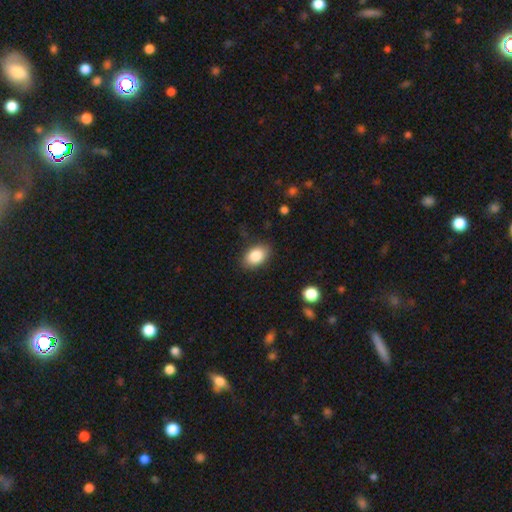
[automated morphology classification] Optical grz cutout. It shows a smooth galaxy with no disk features (87%) that is in between round and cigar-shaped (88%). Merging: none (85%).